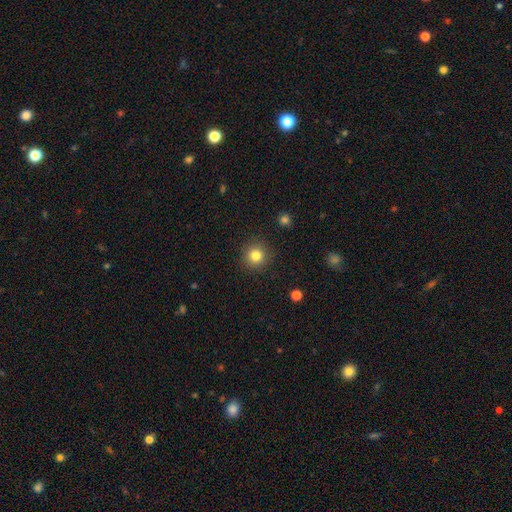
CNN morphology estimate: Overall: smooth (83%). How rounded: round (93%). Merging: none (90%).